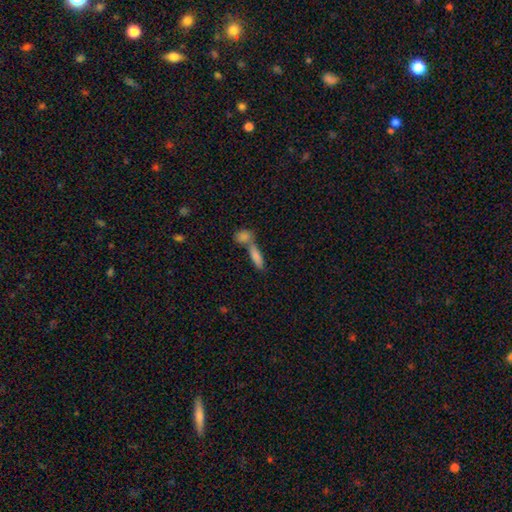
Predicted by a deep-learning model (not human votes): This appears to be a smooth galaxy with no disk features (78%) that is cigar-shaped (52%). Merging: merger (51%).